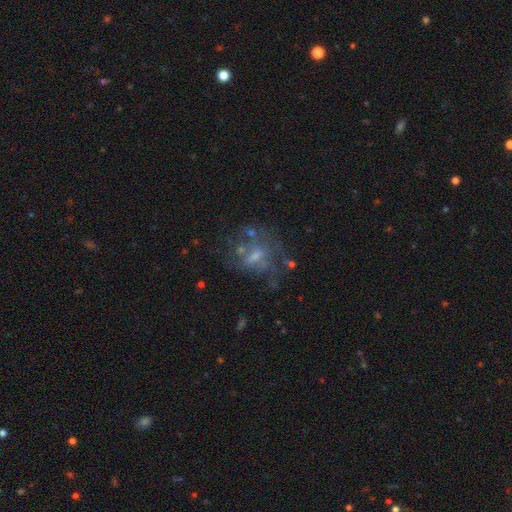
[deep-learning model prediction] A featured or disk galaxy (56%) with no bar (56%), no spiral arms (69%) and a small central bulge (43%). Merging: none (40%).